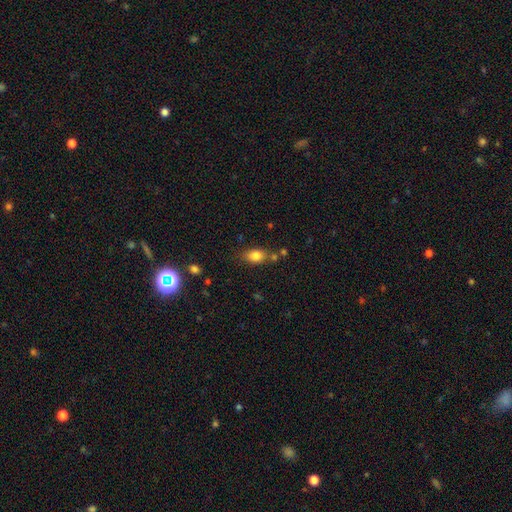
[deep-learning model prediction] This appears to be a smooth galaxy with no disk features (82%) that is in between round and cigar-shaped (79%). Merging: none (66%).